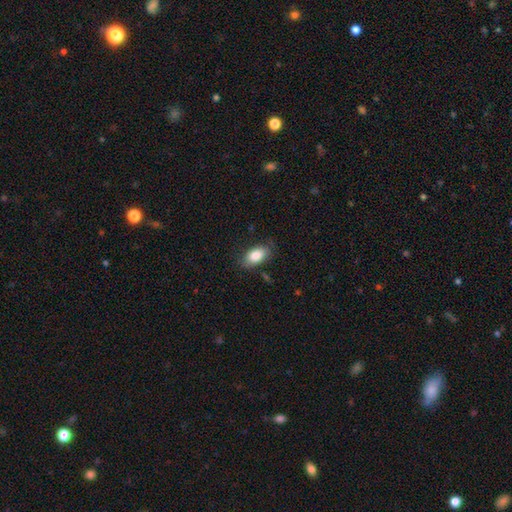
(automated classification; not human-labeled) smooth 83%, featured or disk 10%, star or artifact 7%. Down the decision tree: how rounded — in between (91%); merging — none (77%).